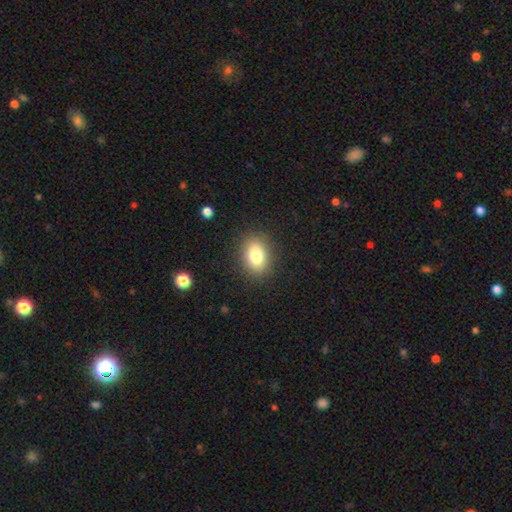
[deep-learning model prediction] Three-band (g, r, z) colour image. It shows a smooth galaxy with no disk features (80%) that is in between round and cigar-shaped (75%). Merging: none (87%).